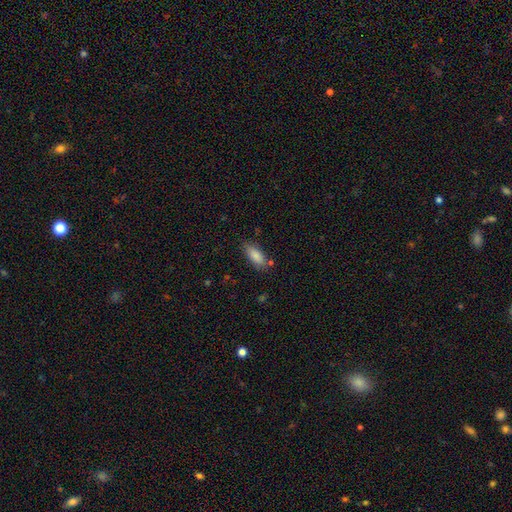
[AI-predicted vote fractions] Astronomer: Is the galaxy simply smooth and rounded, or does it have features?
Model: smooth — 86%.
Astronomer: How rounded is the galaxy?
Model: in between — 78%.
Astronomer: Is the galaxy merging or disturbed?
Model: none — 76%.